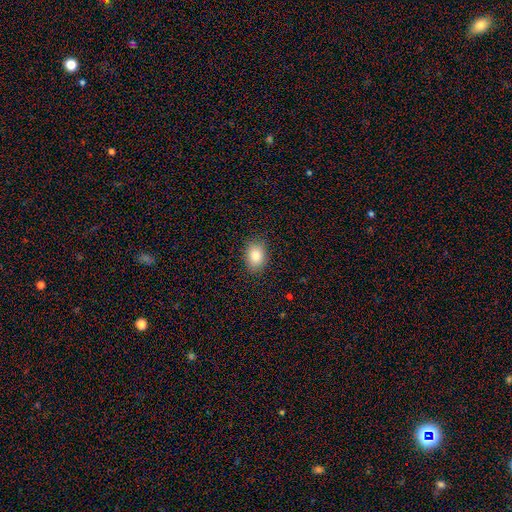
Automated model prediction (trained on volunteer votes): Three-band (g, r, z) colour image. It shows a smooth galaxy with no disk features (83%) that is in between round and cigar-shaped (72%). Merging: none (87%).